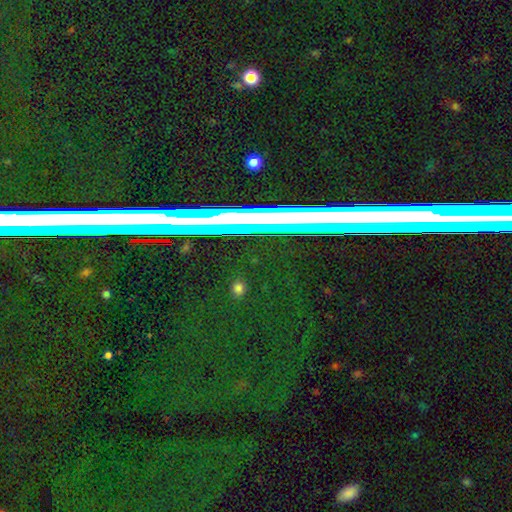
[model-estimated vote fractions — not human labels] star or artifact 71%, featured or disk 18%, smooth 11%.